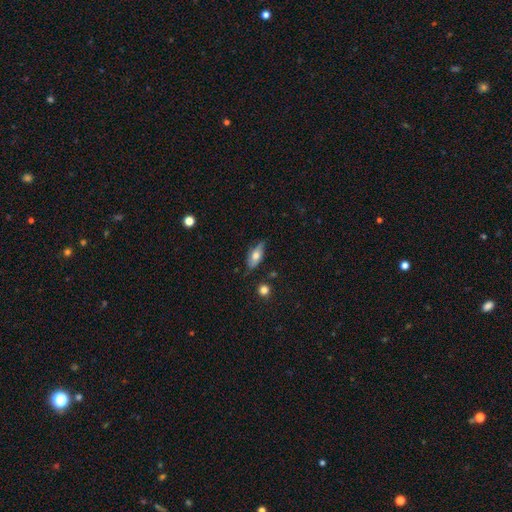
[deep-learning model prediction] The model was most divided on "smooth or featured": smooth: 59%, featured or disk: 34%, star or artifact: 7%. More confident: how rounded — in between (75%); merging — none (70%).